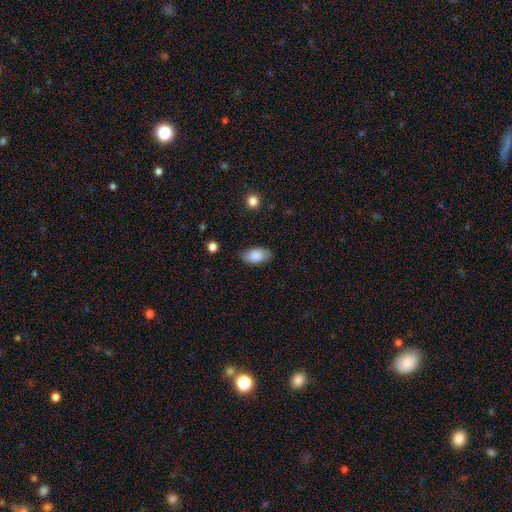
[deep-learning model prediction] A smooth galaxy with no disk features (81%) that is in between round and cigar-shaped (93%). Merging: none (77%).